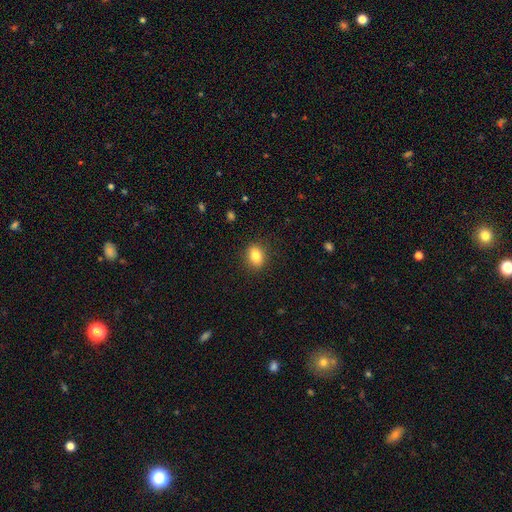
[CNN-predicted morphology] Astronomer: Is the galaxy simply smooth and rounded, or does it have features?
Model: smooth — 84%.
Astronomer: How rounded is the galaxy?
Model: in between — 58% (runner-up: round, 40%).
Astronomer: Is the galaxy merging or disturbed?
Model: none — 88%.